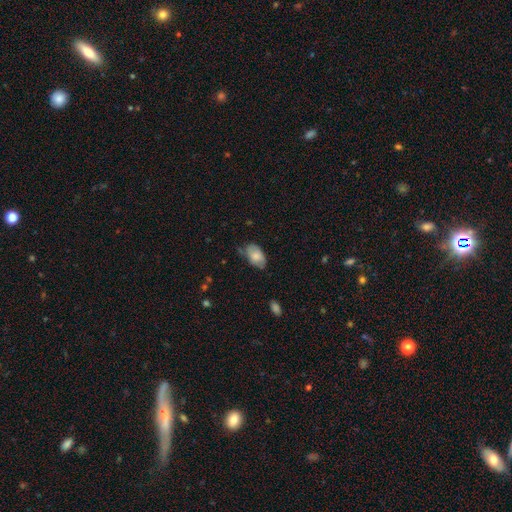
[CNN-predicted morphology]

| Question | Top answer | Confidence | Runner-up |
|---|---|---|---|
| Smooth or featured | smooth | 74% | featured or disk (19%) |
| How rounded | in between | 92% | round (6%) |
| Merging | none | 57% | minor disturbance (33%) |